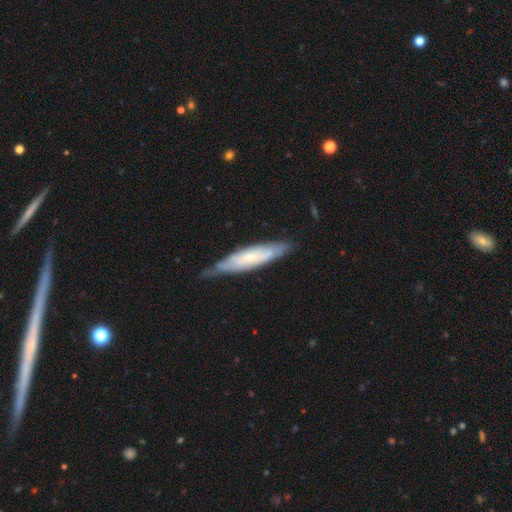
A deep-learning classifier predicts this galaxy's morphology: A featured or disk galaxy (54%) viewed edge-on (60%).

Vote fractions:
- Smooth or featured? featured or disk: 54% / smooth: 40% / star or artifact: 7%
- Edge-on disk? yes: 60% / no: 40%
- Merging? none: 69% / minor disturbance: 24% / major disturbance: 5% / merger: 2%